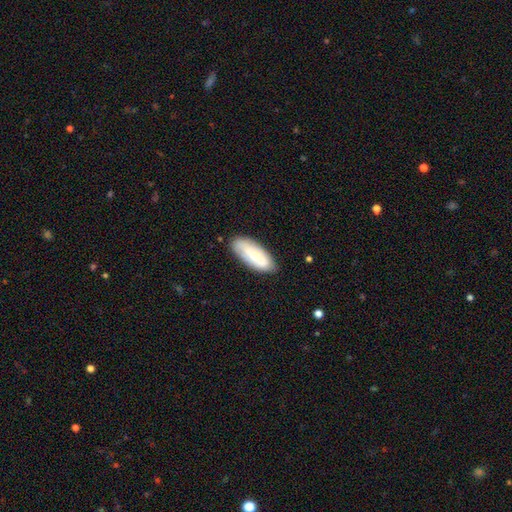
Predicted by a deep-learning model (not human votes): Morphology: type=smooth (54%); roundness=in between (83%); merging=none (81%).